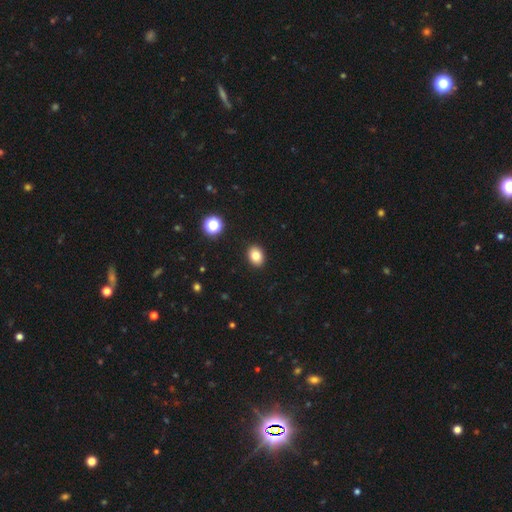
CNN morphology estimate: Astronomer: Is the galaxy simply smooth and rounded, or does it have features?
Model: smooth — 82%.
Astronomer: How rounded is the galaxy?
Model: in between — 61% (runner-up: round, 38%).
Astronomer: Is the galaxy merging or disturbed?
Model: none — 91%.